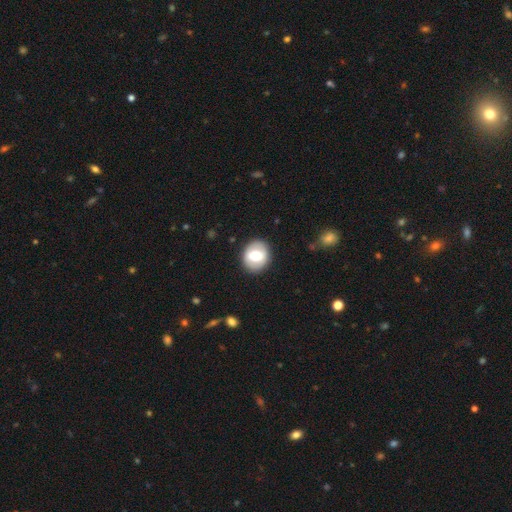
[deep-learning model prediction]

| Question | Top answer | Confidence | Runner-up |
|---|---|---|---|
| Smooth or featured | smooth | 58% | featured or disk (35%) |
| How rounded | round | 71% | in between (28%) |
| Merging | none | 88% | minor disturbance (9%) |